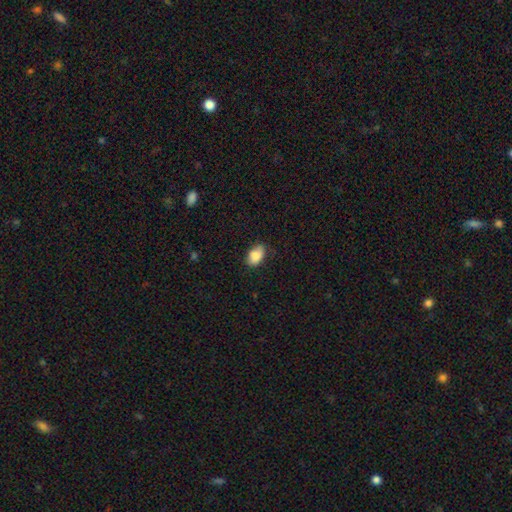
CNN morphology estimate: This appears to be a smooth galaxy with no disk features (87%) that is in between round and cigar-shaped (89%). Merging: none (72%).